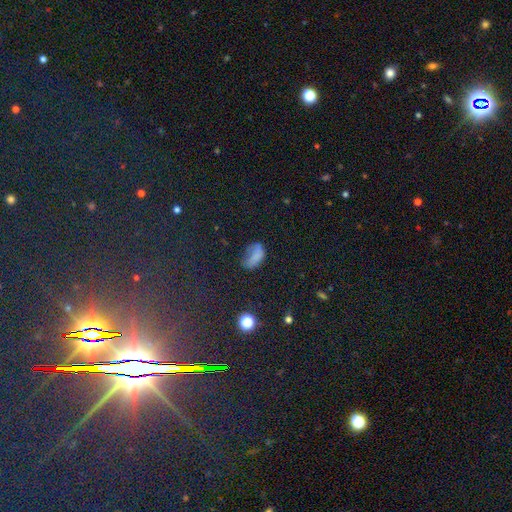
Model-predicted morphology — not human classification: A smooth galaxy with no disk features (67%) that is in between round and cigar-shaped (89%). Merging: none (41%).